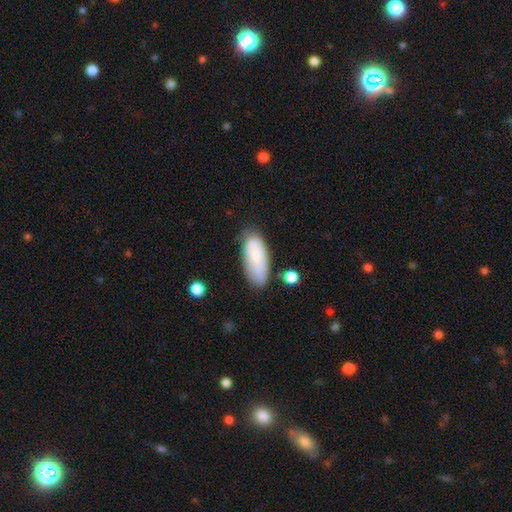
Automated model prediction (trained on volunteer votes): smooth-or-featured: smooth: 76% | featured or disk: 17% | star or artifact: 7%
  how-rounded: in between: 83% | cigar-shaped: 15% | round: 2%
  merging: none: 70% | minor disturbance: 21% | major disturbance: 5% | merger: 3%